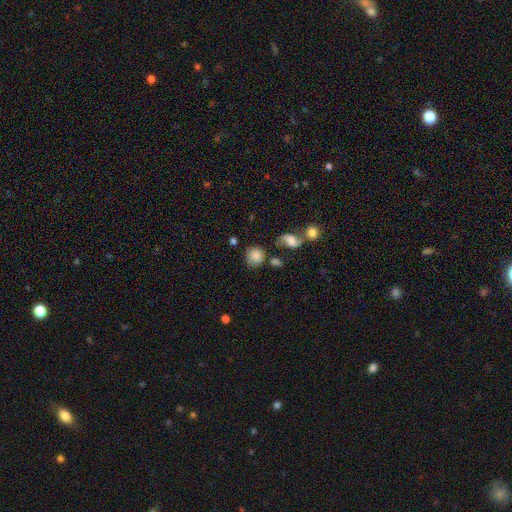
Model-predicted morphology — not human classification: smooth-or-featured: smooth: 77% | featured or disk: 13% | star or artifact: 9%
  how-rounded: round: 80% | in between: 19% | cigar-shaped: 1%
  merging: none: 60% | minor disturbance: 19% | merger: 12% | major disturbance: 9%